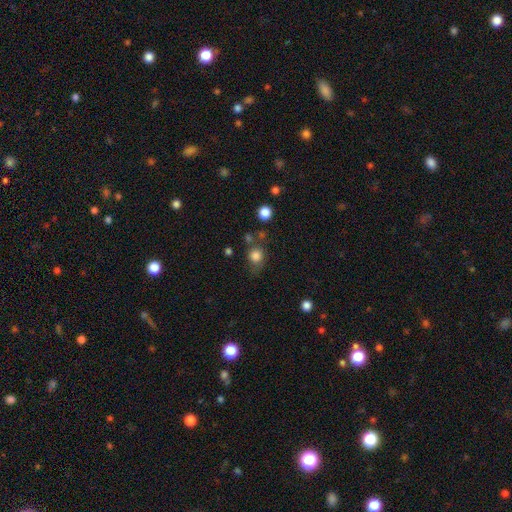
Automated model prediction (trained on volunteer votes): Smooth or featured: smooth — 82% (star or artifact — 12%)
How rounded: round — 78% (in between — 21%)
Merging: none — 60% (minor disturbance — 20%)